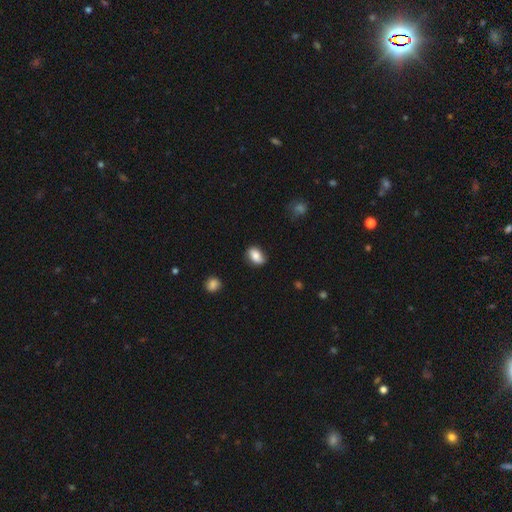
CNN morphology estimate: A smooth galaxy with no disk features (76%) that is in between round and cigar-shaped (81%).

Vote fractions:
- Smooth or featured? smooth: 76% / featured or disk: 16% / star or artifact: 8%
- How rounded? in between: 81% / round: 17% / cigar-shaped: 2%
- Merging? none: 75% / minor disturbance: 19% / major disturbance: 4% / merger: 2%